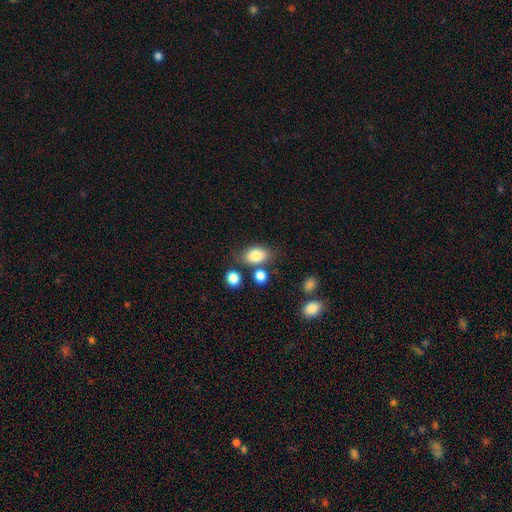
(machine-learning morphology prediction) Smooth or featured? smooth (83%)
How rounded? in between (81%)
Merging? none (68%)